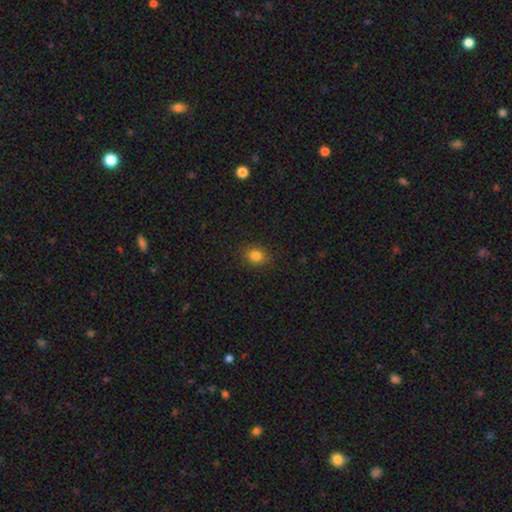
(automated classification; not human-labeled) Smooth or featured: smooth — 83% (star or artifact — 12%)
How rounded: round — 58% (in between — 41%)
Merging: none — 89% (minor disturbance — 8%)